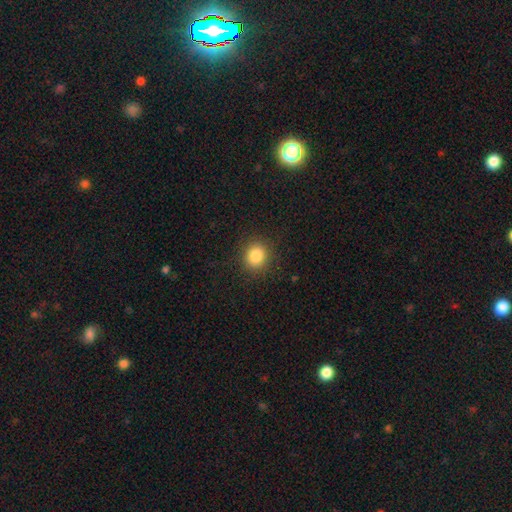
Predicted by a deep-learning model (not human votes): A smooth galaxy with no disk features (85%) that is round (80%).

Vote fractions:
- Smooth or featured? smooth: 85% / star or artifact: 11% / featured or disk: 5%
- How rounded? round: 80% / in between: 19% / cigar-shaped: 1%
- Merging? none: 89% / minor disturbance: 7% / major disturbance: 3% / merger: 1%